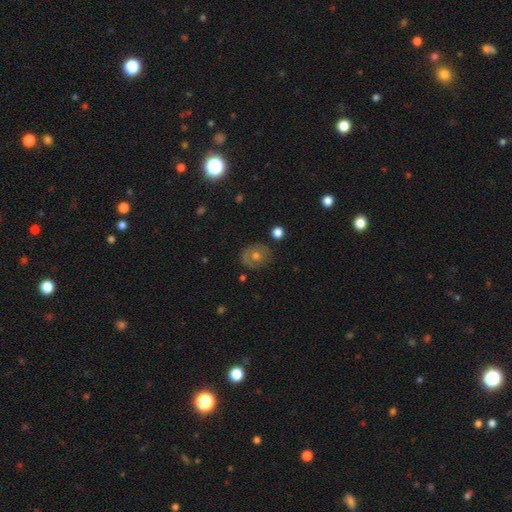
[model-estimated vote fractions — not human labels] smooth 48%, featured or disk 37%, star or artifact 16%. Down the decision tree: merging — none (78%).